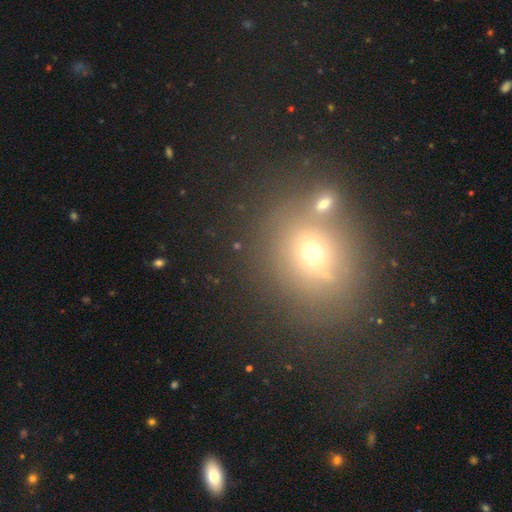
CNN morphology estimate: This is possibly a smooth galaxy (58%). How rounded: likely round (62%). Merging: possibly none (54%).